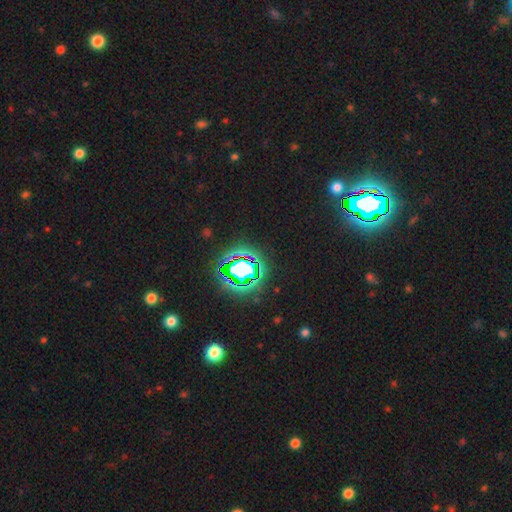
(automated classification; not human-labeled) This is clearly a star or artifact rather than a galaxy (85%).